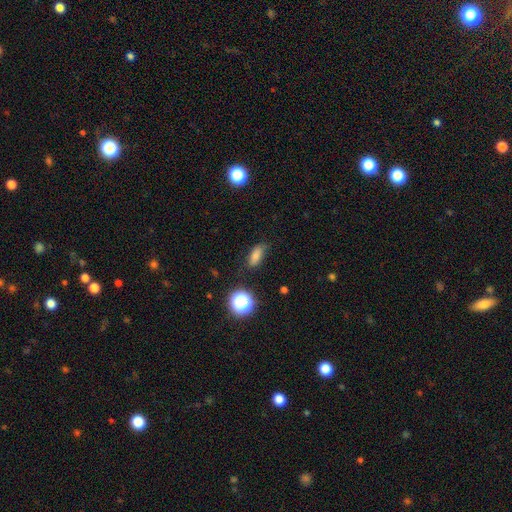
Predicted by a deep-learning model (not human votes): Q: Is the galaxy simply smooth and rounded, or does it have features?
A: smooth — 77%.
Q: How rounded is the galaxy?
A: in between — 74%.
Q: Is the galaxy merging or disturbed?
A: none — 68%.